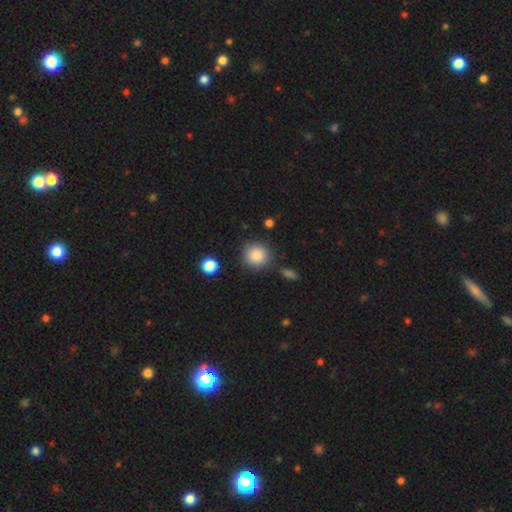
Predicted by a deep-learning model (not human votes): Smooth or featured?
  - smooth: 87% *
  - star or artifact: 9%
  - featured or disk: 5%
How rounded?
  - round: 92% *
  - in between: 7%
  - cigar-shaped: 1%
Merging?
  - none: 83% *
  - minor disturbance: 10%
  - merger: 4%
  - major disturbance: 3%